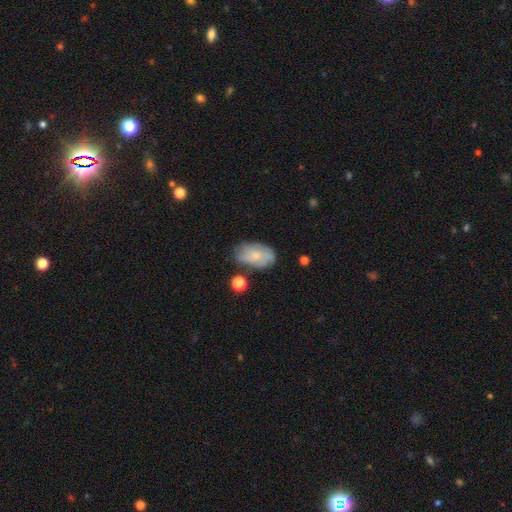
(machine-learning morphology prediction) smooth_or_featured: smooth (p=0.60) [alt: featured or disk p=0.32]
how_rounded: in between (p=0.91) [alt: round p=0.07]
merging: none (p=0.61) [alt: minor disturbance p=0.25]